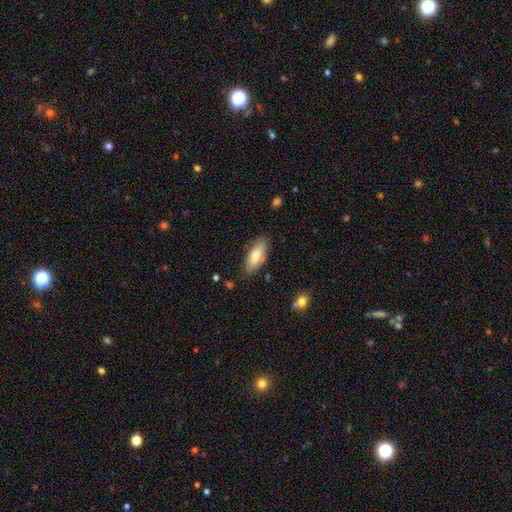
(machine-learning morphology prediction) Smooth or featured?
  - smooth: 76% *
  - featured or disk: 18%
  - star or artifact: 6%
How rounded?
  - in between: 78% *
  - cigar-shaped: 20%
  - round: 2%
Merging?
  - none: 80% *
  - minor disturbance: 15%
  - major disturbance: 3%
  - merger: 2%